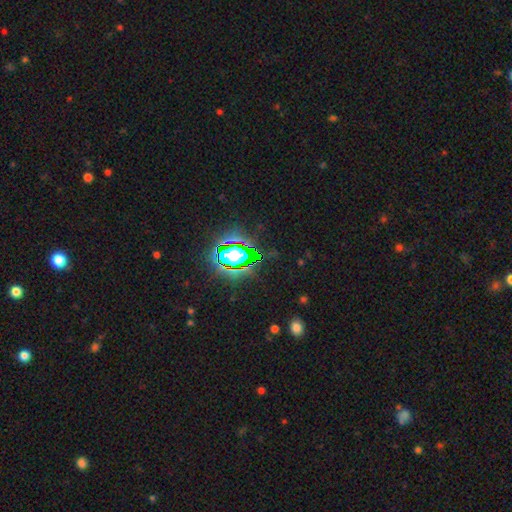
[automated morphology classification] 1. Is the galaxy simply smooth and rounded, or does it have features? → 74% star or artifact, 16% smooth, 10% featured or disk.